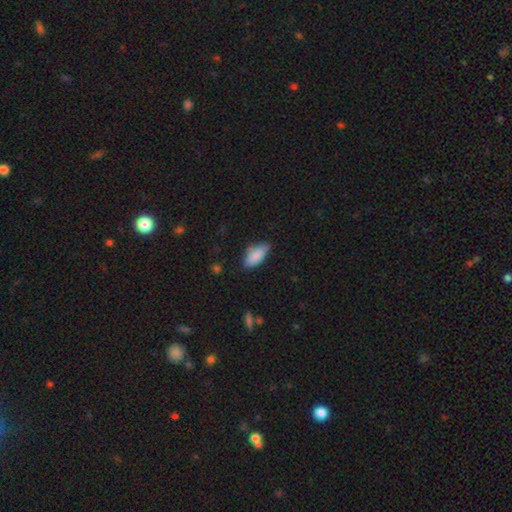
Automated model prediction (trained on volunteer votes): Smooth or featured? smooth (84%)
How rounded? in between (85%)
Merging? none (62%)